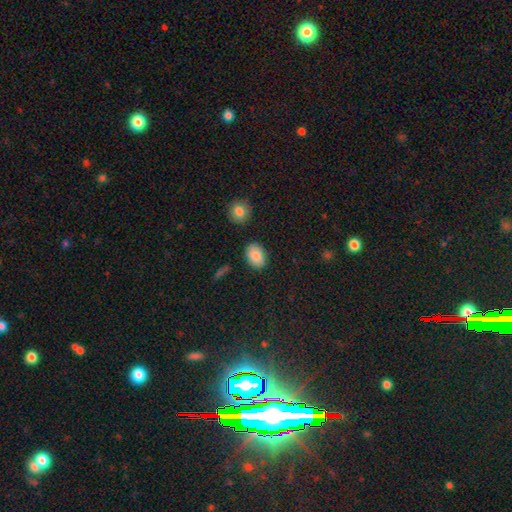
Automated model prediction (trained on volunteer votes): This is clearly a smooth galaxy (87%). How rounded: clearly in between (82%). Merging: clearly none (86%).